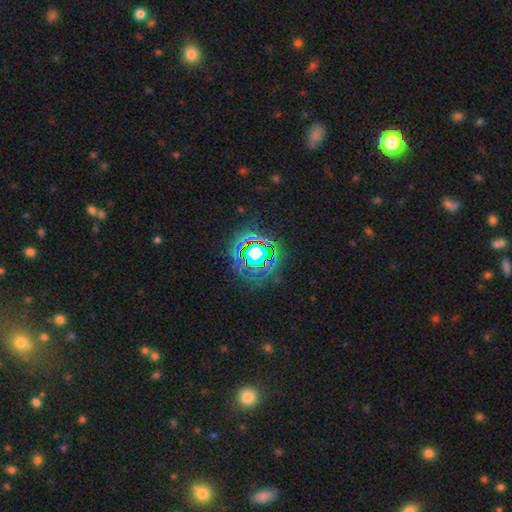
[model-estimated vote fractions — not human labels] This is likely a star or artifact rather than a galaxy (70%).